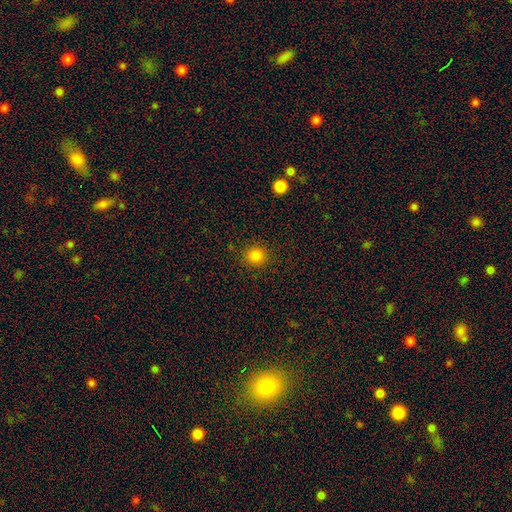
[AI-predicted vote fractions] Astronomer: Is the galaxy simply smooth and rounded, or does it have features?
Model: smooth — 84%.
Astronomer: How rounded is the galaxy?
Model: round — 91%.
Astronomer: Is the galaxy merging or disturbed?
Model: none — 90%.